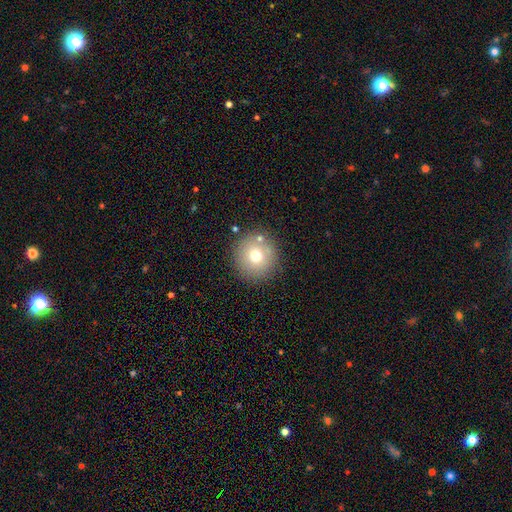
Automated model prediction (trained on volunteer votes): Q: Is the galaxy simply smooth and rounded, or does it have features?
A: smooth — 71%.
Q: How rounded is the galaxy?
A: round — 95%.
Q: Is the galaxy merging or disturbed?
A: none — 85%.